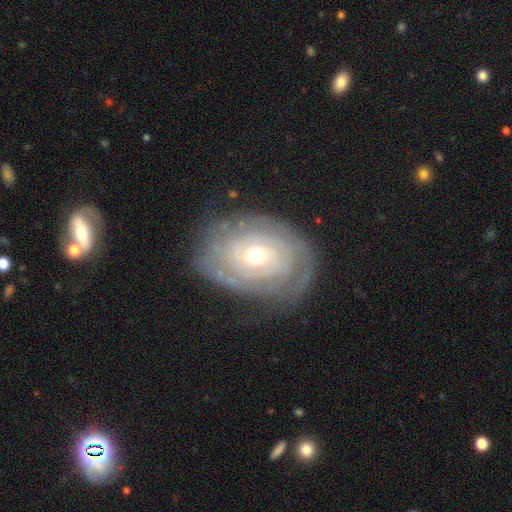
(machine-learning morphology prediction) The model was most divided on "bulge size": moderate: 54%, small: 41%, large: 3%, dominant: 1%, none: 1%. Remaining: edge-on disk — no (96%); spiral arms — yes (87%); spiral winding — tight (82%); smooth or featured — featured or disk (81%); merging — none (75%); bar — no (75%); spiral arm count — can't tell (48%).